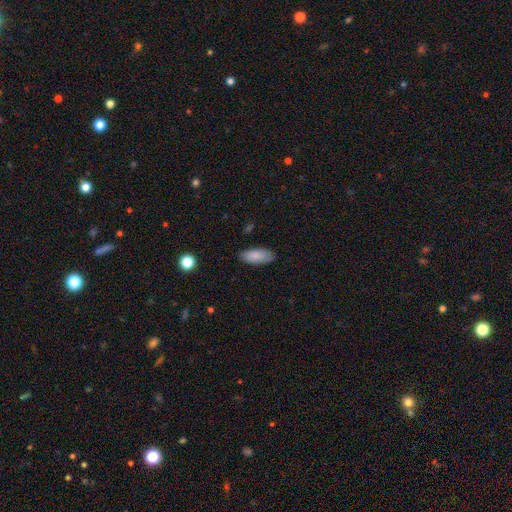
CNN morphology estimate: smooth 87%, featured or disk 7%, star or artifact 6%. Down the decision tree: how rounded — in between (85%); merging — none (84%).